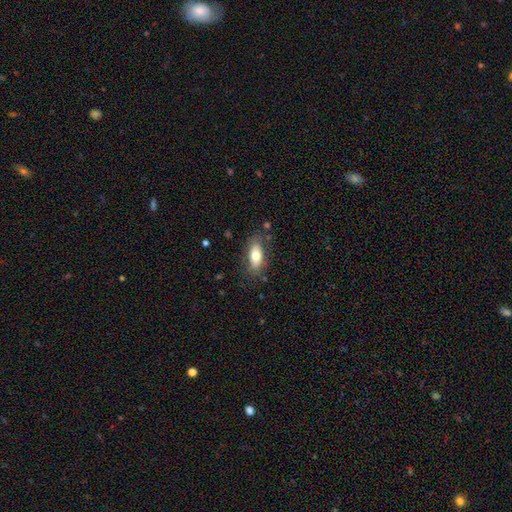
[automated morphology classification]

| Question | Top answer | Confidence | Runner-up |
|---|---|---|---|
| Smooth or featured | smooth | 70% | featured or disk (23%) |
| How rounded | in between | 85% | cigar-shaped (11%) |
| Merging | none | 78% | minor disturbance (16%) |